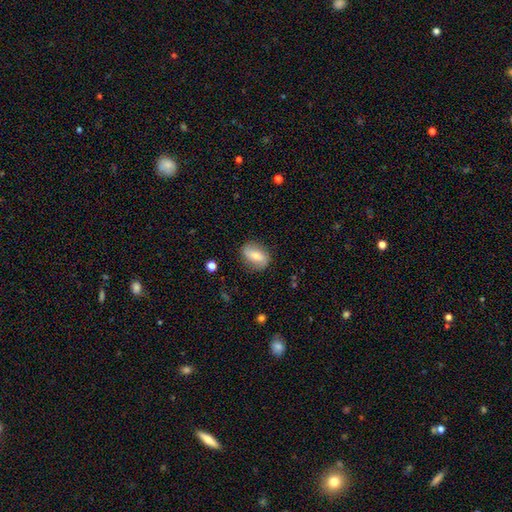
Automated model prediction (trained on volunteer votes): smooth-or-featured: featured or disk: 51% | smooth: 41% | star or artifact: 8%
  disk-edge-on: no: 92% | yes: 8%
  merging: none: 81% | minor disturbance: 14% | major disturbance: 4% | merger: 1%